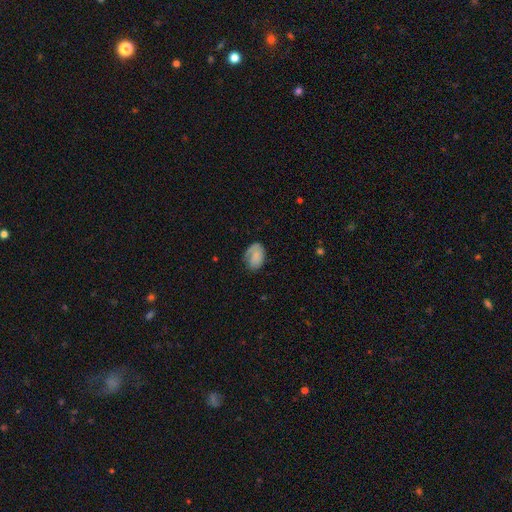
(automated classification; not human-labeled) Smooth or featured?
  - smooth: 65% *
  - featured or disk: 27%
  - star or artifact: 8%
How rounded?
  - in between: 81% *
  - round: 18%
  - cigar-shaped: 1%
Merging?
  - none: 55% *
  - minor disturbance: 27%
  - major disturbance: 16%
  - merger: 2%